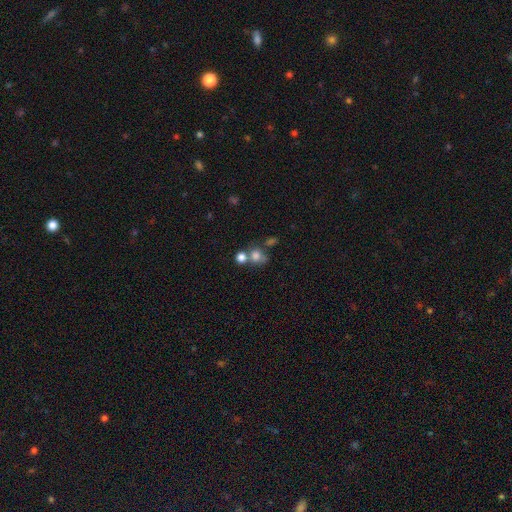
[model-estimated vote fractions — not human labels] Morphology: type=smooth (75%); roundness=round (76%); merging=none (42%).